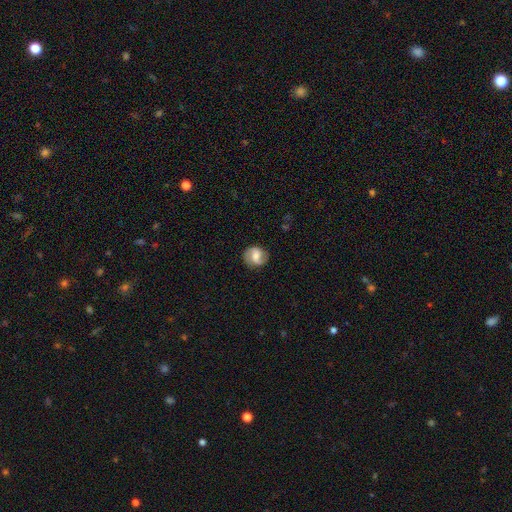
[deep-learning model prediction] Morphology: type=featured or disk (61%); edge-on=no (98%); bar=weak (50%); spiral arms=yes (89%); winding=medium (45%); arm count=2 (86%); bulge=moderate (53%); merging=none (83%).